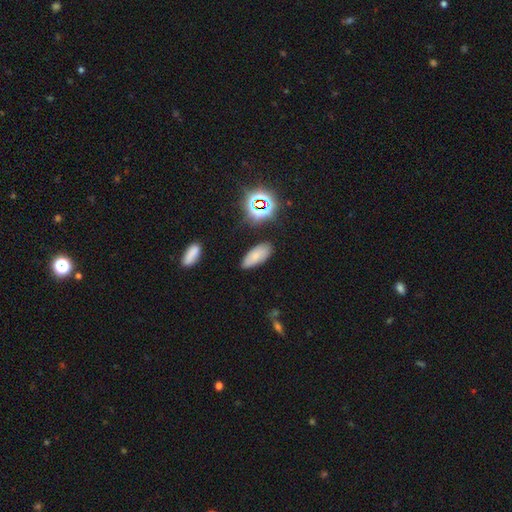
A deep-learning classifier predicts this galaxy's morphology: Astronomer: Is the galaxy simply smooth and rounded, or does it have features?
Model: smooth — 74%.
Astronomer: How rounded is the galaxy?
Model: in between — 86%.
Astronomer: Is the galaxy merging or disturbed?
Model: none — 82%.